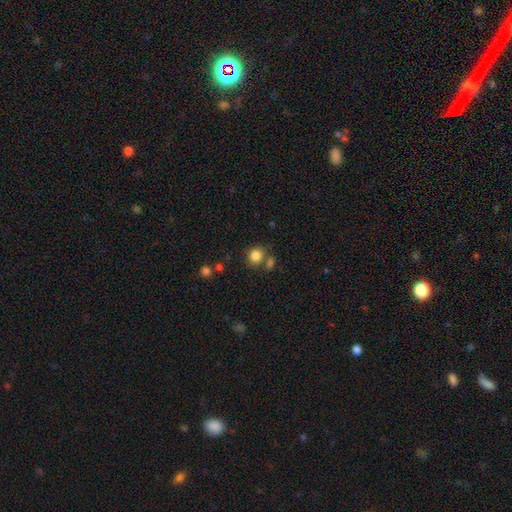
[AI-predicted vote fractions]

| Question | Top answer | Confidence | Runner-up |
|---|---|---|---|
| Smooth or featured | smooth | 84% | star or artifact (11%) |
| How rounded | round | 76% | in between (23%) |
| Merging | none | 67% | merger (17%) |